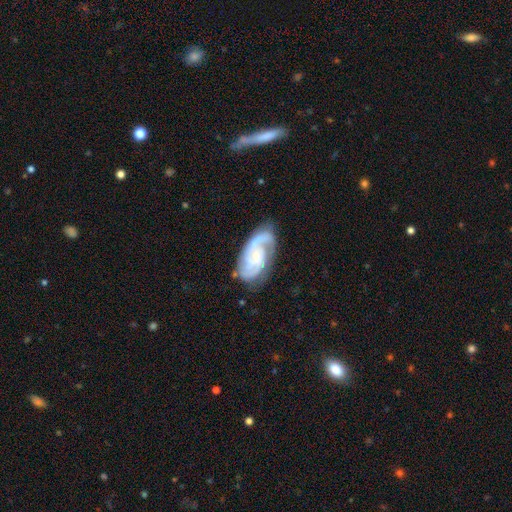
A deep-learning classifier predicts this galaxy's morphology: This appears to be a featured or disk galaxy (87%) with no bar (64%), 2 (49%) tight (50%) spiral arms (97%) and a small central bulge (71%). Merging: none (70%).